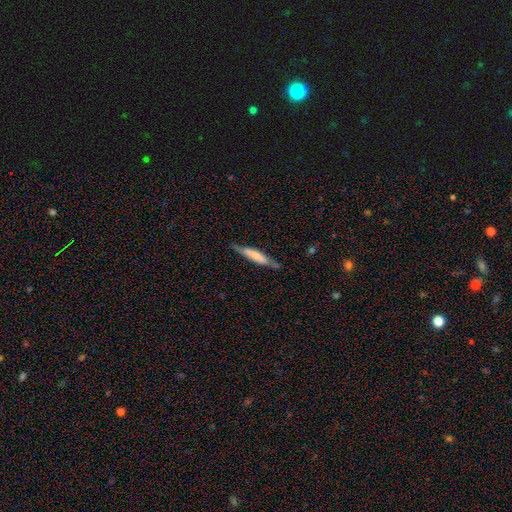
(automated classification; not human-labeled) This is possibly a smooth galaxy (53%). How rounded: clearly cigar-shaped (87%). Merging: likely none (76%).